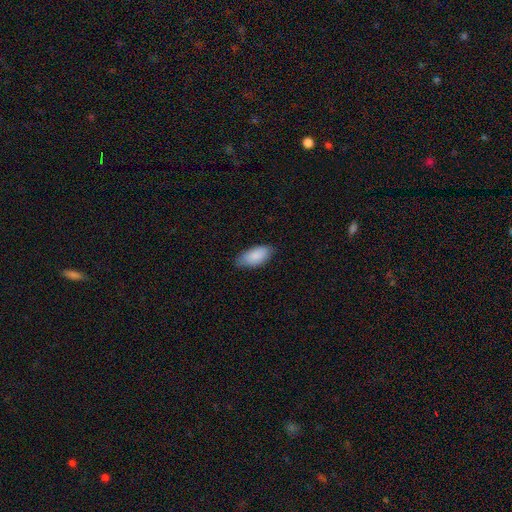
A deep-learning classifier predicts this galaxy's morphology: smooth 87%, featured or disk 7%, star or artifact 6%. Down the decision tree: how rounded — in between (92%); merging — none (77%).